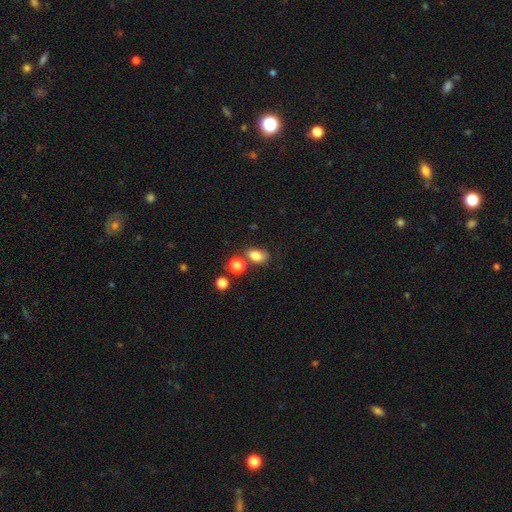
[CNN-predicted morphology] smooth-or-featured: smooth: 81% | star or artifact: 12% | featured or disk: 8%
  how-rounded: in between: 77% | round: 22% | cigar-shaped: 2%
  merging: none: 61% | minor disturbance: 17% | merger: 16% | major disturbance: 6%